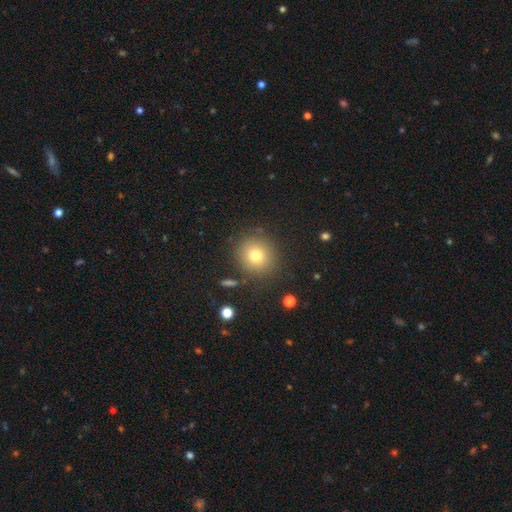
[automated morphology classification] The model was most divided on "smooth or featured": smooth: 75%, star or artifact: 14%, featured or disk: 11%. More confident: how rounded — round (90%); merging — none (85%).